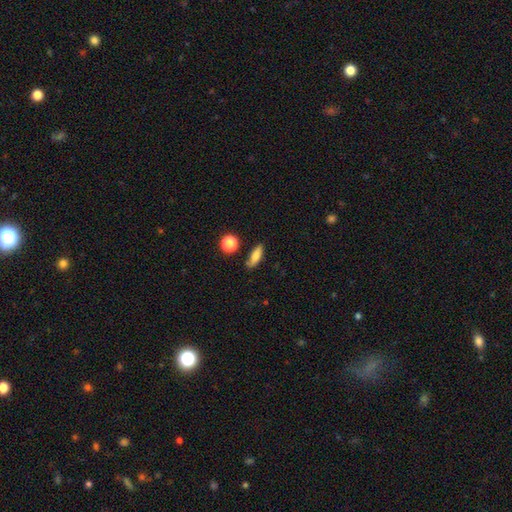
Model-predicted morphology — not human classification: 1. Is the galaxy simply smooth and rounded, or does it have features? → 74% smooth, 17% featured or disk, 9% star or artifact.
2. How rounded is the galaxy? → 47% in between, 45% cigar-shaped, 8% round.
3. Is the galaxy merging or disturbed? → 77% none, 15% minor disturbance, 4% merger, 3% major disturbance.